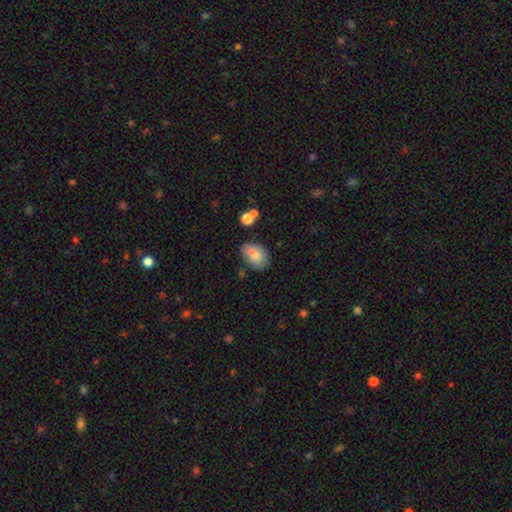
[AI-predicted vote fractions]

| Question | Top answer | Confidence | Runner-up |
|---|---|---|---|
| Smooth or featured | smooth | 78% | featured or disk (14%) |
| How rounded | in between | 84% | round (15%) |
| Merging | none | 61% | minor disturbance (22%) |